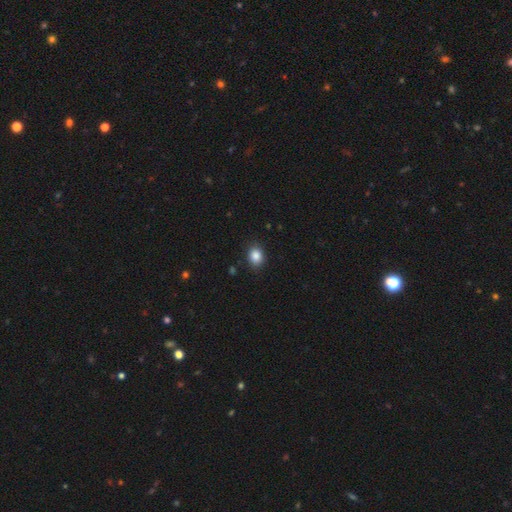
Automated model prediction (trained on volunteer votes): Smooth or featured? Predicted: smooth (p=0.86). How rounded? Predicted: round (p=0.50). Merging? Predicted: none (p=0.88).